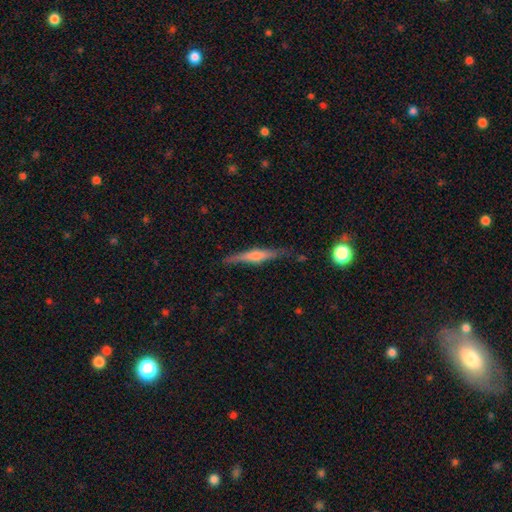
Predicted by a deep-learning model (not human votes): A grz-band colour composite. It shows a featured or disk galaxy (67%) viewed edge-on (97%) with a rounded central bulge (72%). Merging: none (84%).